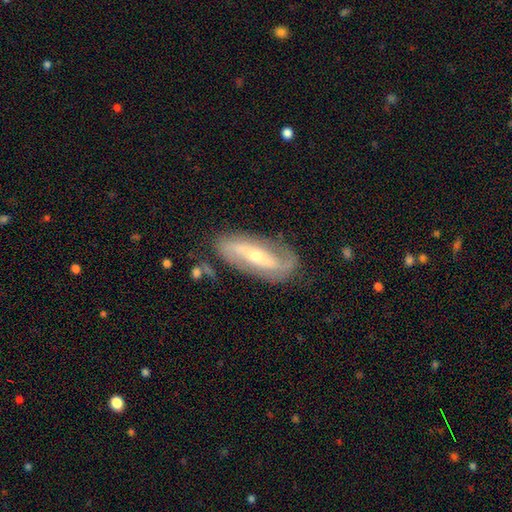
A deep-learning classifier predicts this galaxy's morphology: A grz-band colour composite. It shows a featured or disk galaxy (81%) with a strong bar (41%), 2 (84%) medium (37%) spiral arms (88%) and a small central bulge (53%). Merging: none (77%).